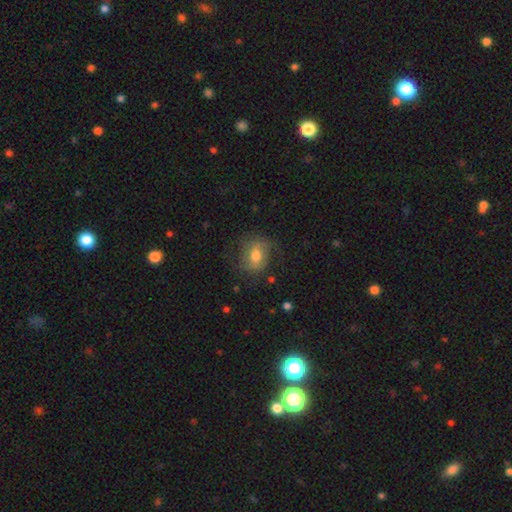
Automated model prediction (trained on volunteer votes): Overall: smooth (46%; featured or disk 44%). Merging: none (64%).